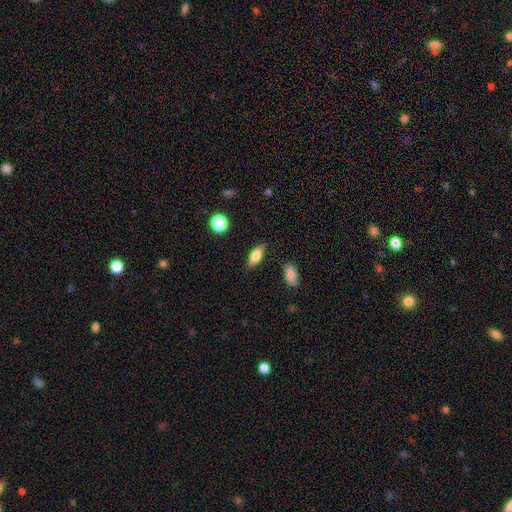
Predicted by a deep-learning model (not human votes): The model was most divided on "smooth or featured": smooth: 62%, featured or disk: 29%, star or artifact: 8%. More confident: merging — none (83%); how rounded — in between (70%).